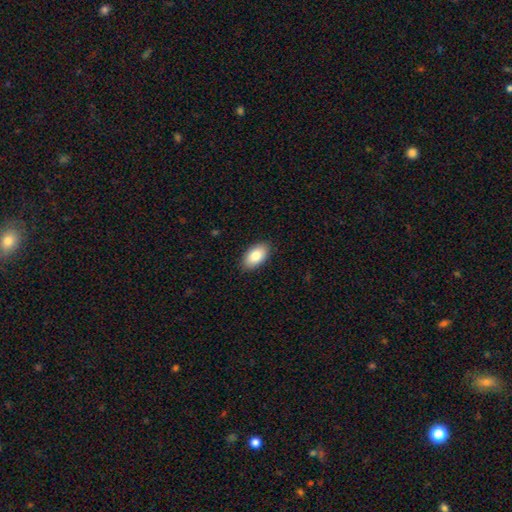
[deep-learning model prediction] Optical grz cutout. It shows a smooth galaxy with no disk features (84%) that is in between round and cigar-shaped (94%). Merging: none (89%).